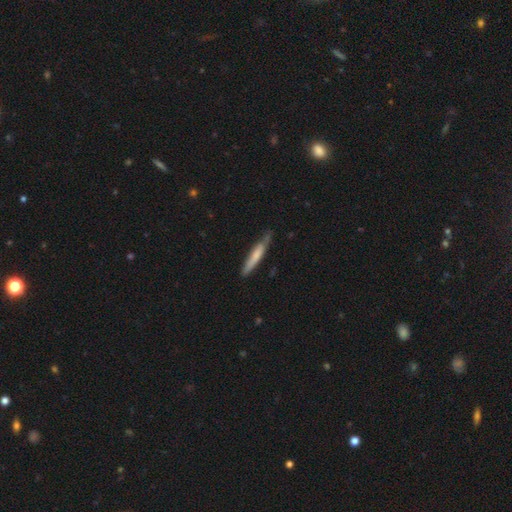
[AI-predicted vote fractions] Morphology: type=smooth (63%); roundness=cigar-shaped (92%); merging=none (66%).